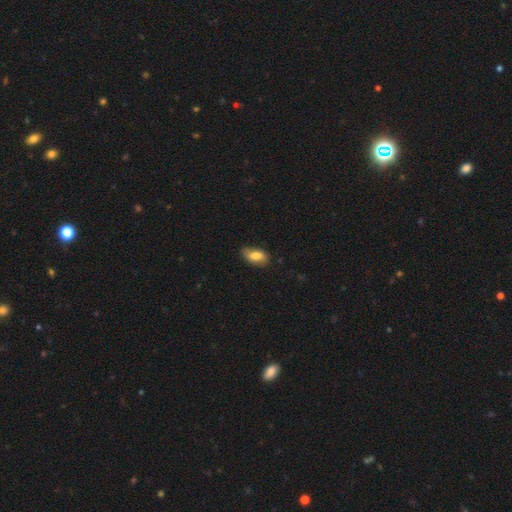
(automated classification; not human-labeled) This is likely a smooth galaxy (75%). How rounded: clearly in between (91%). Merging: likely none (72%).